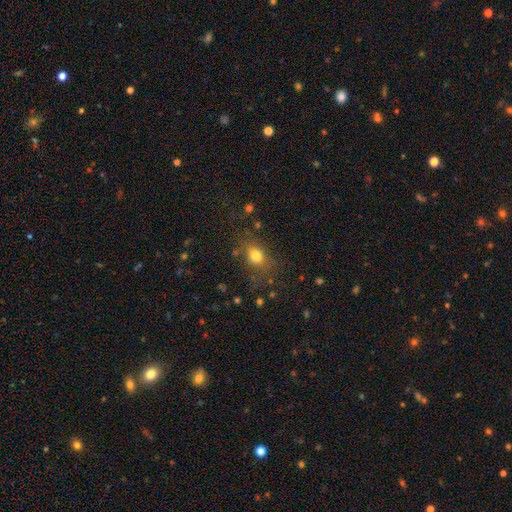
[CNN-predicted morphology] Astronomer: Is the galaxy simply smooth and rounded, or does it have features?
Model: smooth — 75%.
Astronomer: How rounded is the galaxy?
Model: in between — 55% (runner-up: round, 43%).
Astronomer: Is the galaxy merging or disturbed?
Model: none — 69%.